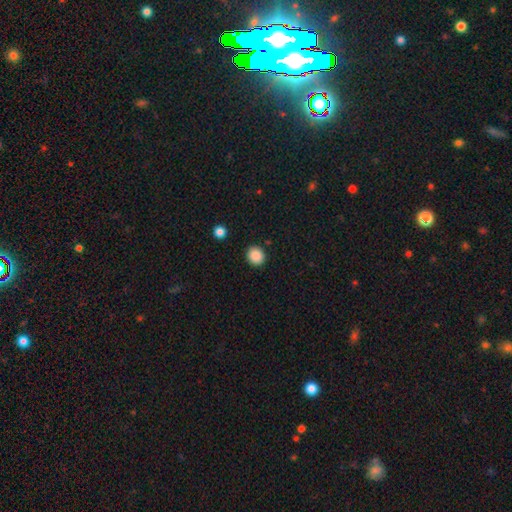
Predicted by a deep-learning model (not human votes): This appears to be a smooth galaxy with no disk features (88%) that is round (80%). Merging: none (90%).